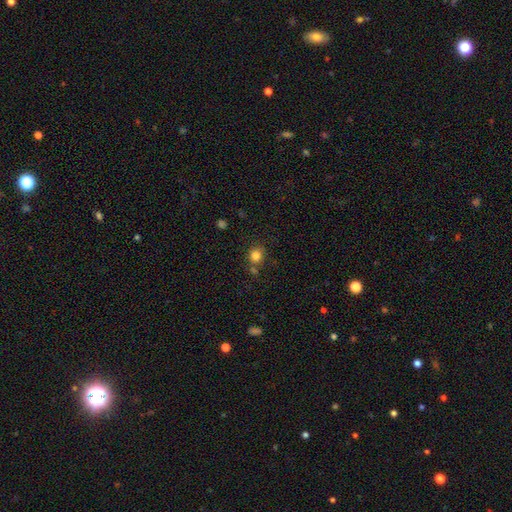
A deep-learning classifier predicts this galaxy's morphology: type=smooth (82%); roundness=round (82%); merging=none (72%).